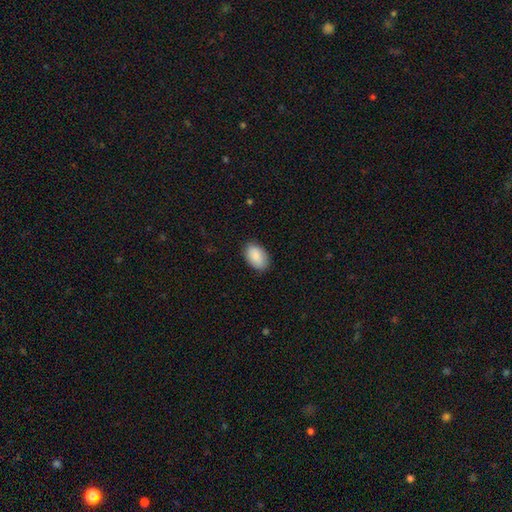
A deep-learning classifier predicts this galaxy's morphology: A smooth galaxy with no disk features (89%) that is in between round and cigar-shaped (92%).

Vote fractions:
- Smooth or featured? smooth: 89% / star or artifact: 6% / featured or disk: 5%
- How rounded? in between: 92% / round: 7% / cigar-shaped: 1%
- Merging? none: 85% / minor disturbance: 11% / major disturbance: 2% / merger: 1%